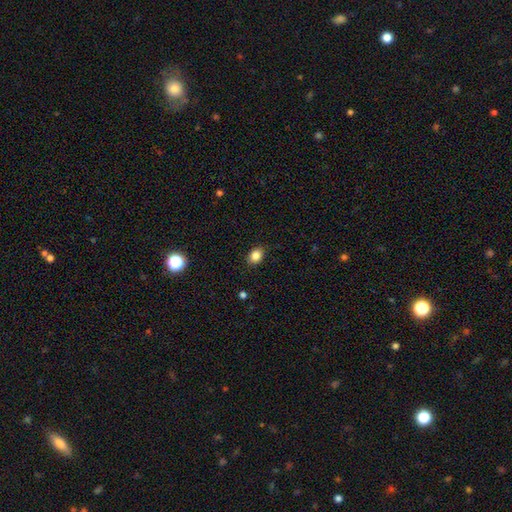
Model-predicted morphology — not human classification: Smooth or featured? Predicted: smooth (p=0.84). How rounded? Predicted: in between (p=0.58). Merging? Predicted: none (p=0.87).